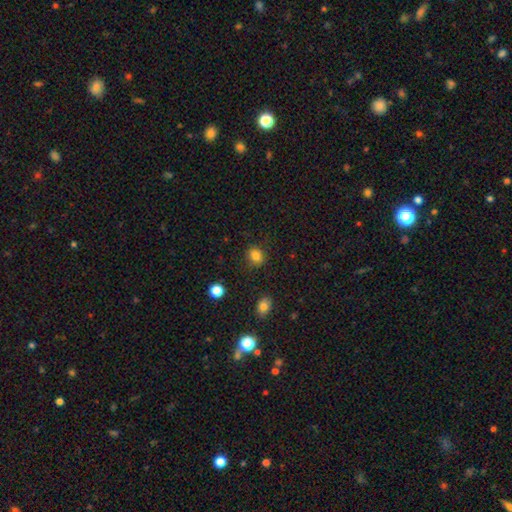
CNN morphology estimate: Smooth or featured: smooth — 83% (star or artifact — 12%)
How rounded: round — 64% (in between — 35%)
Merging: none — 84% (minor disturbance — 11%)